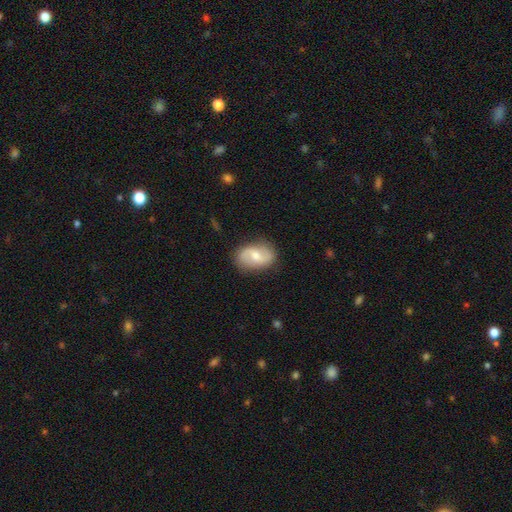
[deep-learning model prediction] This is likely a featured or disk galaxy (67%). It is clearly not viewed edge-on (97%). Bar: possibly weak (50%). Spiral arm pattern: clearly yes (89%). Spiral arm count: clearly 2 (89%). Spiral winding: marginally loose (44%). Central bulge: possibly moderate (59%). Merging: clearly none (81%).